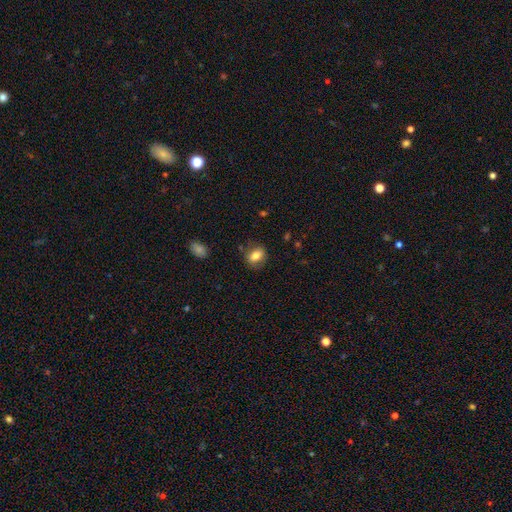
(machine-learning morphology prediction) Q: Smooth or featured?
A: smooth (77%); runner-up: featured or disk (14%)
Q: How rounded?
A: in between (63%); runner-up: round (35%)
Q: Merging?
A: none (77%); runner-up: minor disturbance (16%)